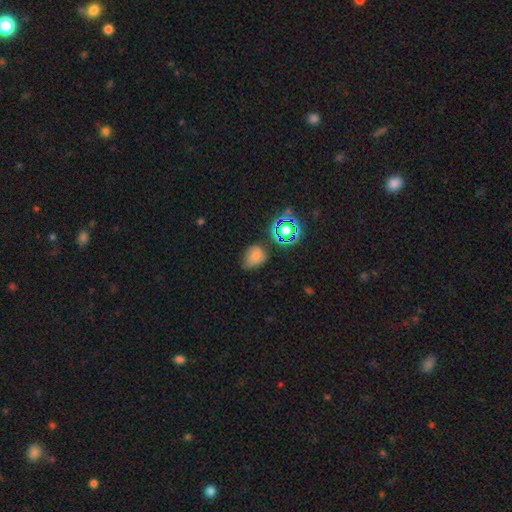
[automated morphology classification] smooth-or-featured: smooth: 70% | star or artifact: 22% | featured or disk: 8%
  how-rounded: in between: 55% | round: 43% | cigar-shaped: 1%
  merging: none: 57% | minor disturbance: 30% | major disturbance: 9% | merger: 5%